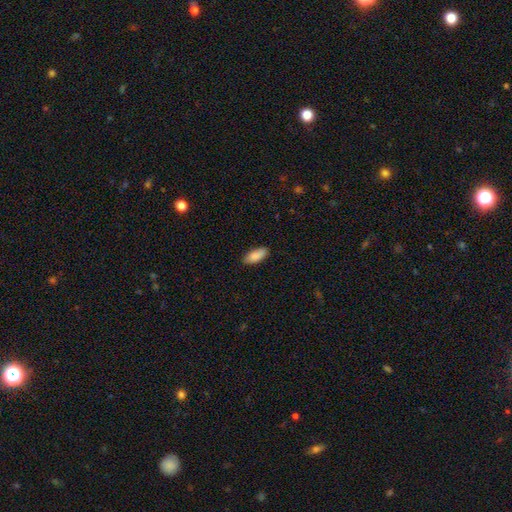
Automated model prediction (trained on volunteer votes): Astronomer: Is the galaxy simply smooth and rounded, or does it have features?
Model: smooth — 89%.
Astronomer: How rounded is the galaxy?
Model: in between — 83%.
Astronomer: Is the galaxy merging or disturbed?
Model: none — 86%.